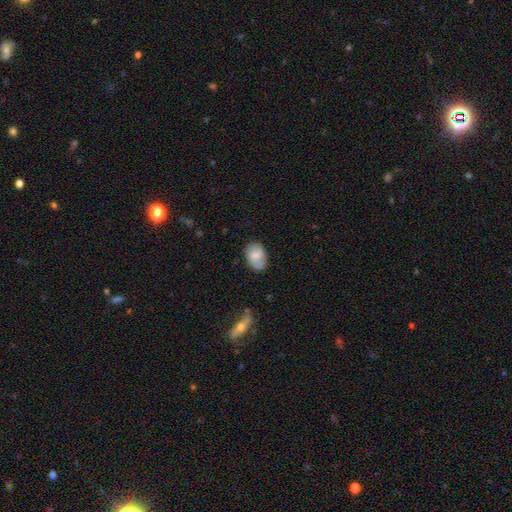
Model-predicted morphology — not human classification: smooth_or_featured: smooth (p=0.70) [alt: featured or disk p=0.22]
how_rounded: in between (p=0.83) [alt: round p=0.16]
merging: none (p=0.68) [alt: minor disturbance p=0.25]